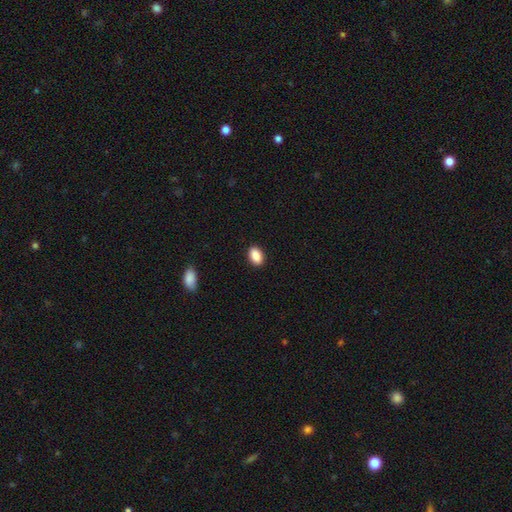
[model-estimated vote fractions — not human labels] smooth_or_featured: smooth (p=0.89) [alt: star or artifact p=0.08]
how_rounded: in between (p=0.88) [alt: round p=0.11]
merging: none (p=0.90) [alt: minor disturbance p=0.07]